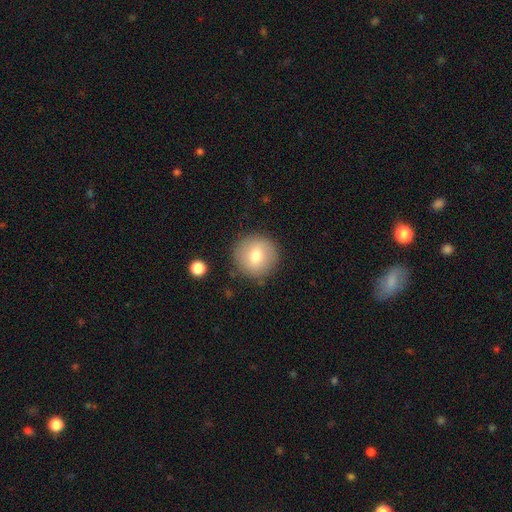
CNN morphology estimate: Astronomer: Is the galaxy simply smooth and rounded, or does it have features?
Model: smooth — 74%.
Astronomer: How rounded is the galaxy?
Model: round — 95%.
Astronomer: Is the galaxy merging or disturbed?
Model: none — 87%.